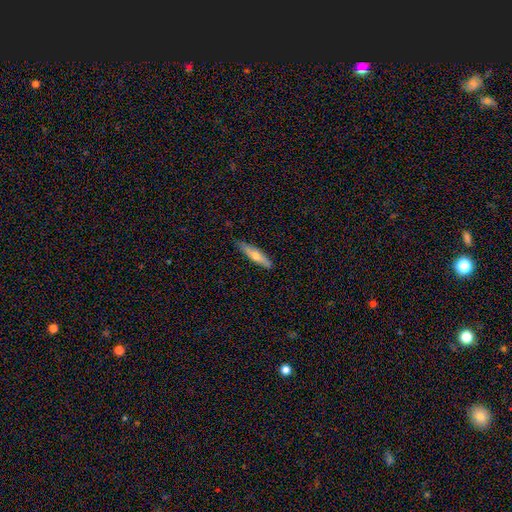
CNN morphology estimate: The model was most divided on "smooth or featured": smooth: 56%, featured or disk: 39%, star or artifact: 6%. More confident: how rounded — cigar-shaped (80%); merging — none (80%).